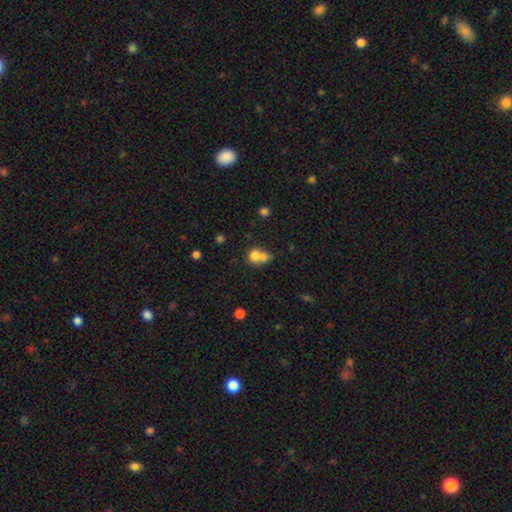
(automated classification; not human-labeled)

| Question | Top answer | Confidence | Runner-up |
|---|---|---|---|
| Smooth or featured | smooth | 73% | featured or disk (16%) |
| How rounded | round | 72% | in between (27%) |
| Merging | merger | 65% | none (26%) |